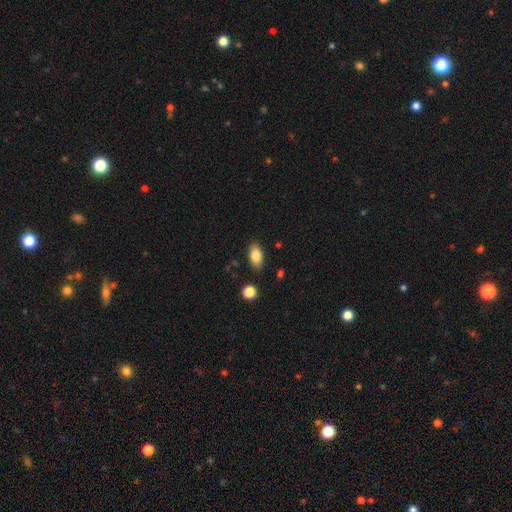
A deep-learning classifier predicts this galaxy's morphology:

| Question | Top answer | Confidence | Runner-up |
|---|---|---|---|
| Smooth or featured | smooth | 83% | featured or disk (10%) |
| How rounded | in between | 91% | round (6%) |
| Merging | none | 86% | minor disturbance (10%) |